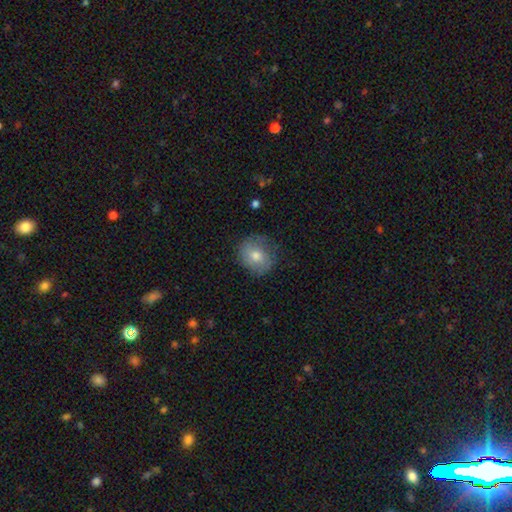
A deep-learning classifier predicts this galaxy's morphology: Smooth or featured?
  - smooth: 68% *
  - featured or disk: 24%
  - star or artifact: 9%
How rounded?
  - round: 79% *
  - in between: 20%
  - cigar-shaped: 1%
Merging?
  - none: 75% *
  - minor disturbance: 19%
  - major disturbance: 6%
  - merger: 1%